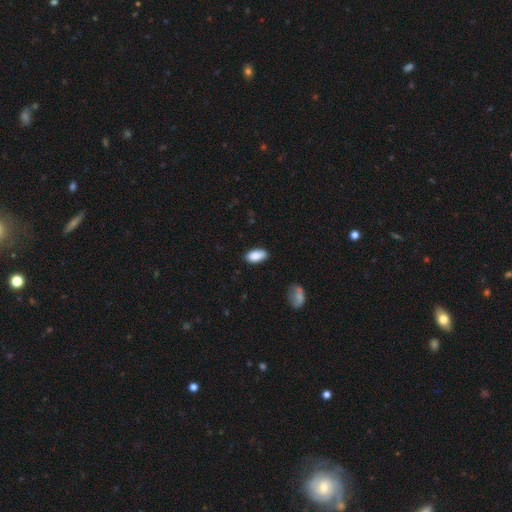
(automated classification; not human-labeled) Smooth or featured?
  - smooth: 88% *
  - star or artifact: 7%
  - featured or disk: 5%
How rounded?
  - in between: 94% *
  - cigar-shaped: 3%
  - round: 3%
Merging?
  - none: 84% *
  - minor disturbance: 13%
  - major disturbance: 2%
  - merger: 1%